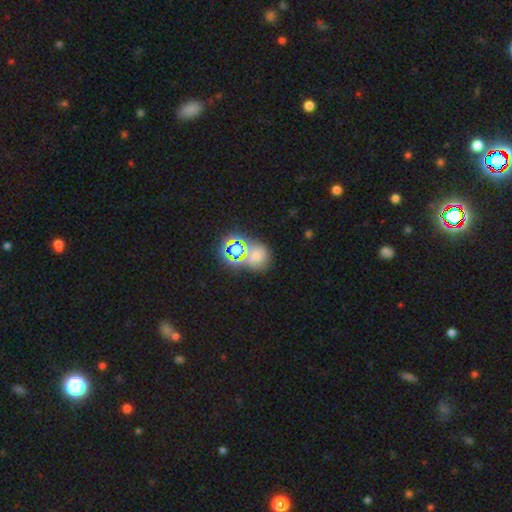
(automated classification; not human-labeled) Overall: smooth (52%; star or artifact 37%). How rounded: round (73%). Merging: none (54%; merger 25%).